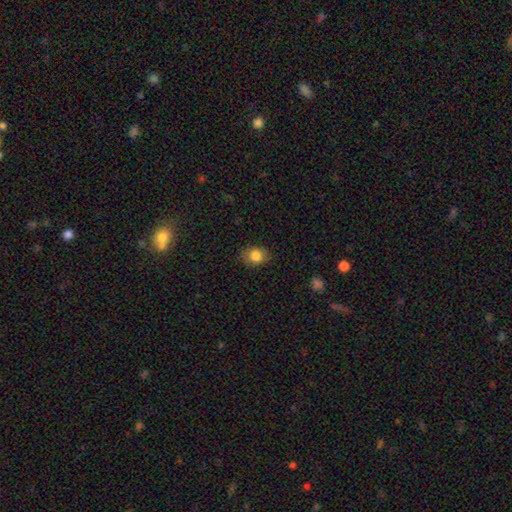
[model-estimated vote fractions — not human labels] A smooth galaxy with no disk features (83%) that is in between round and cigar-shaped (57%). Merging: none (82%).